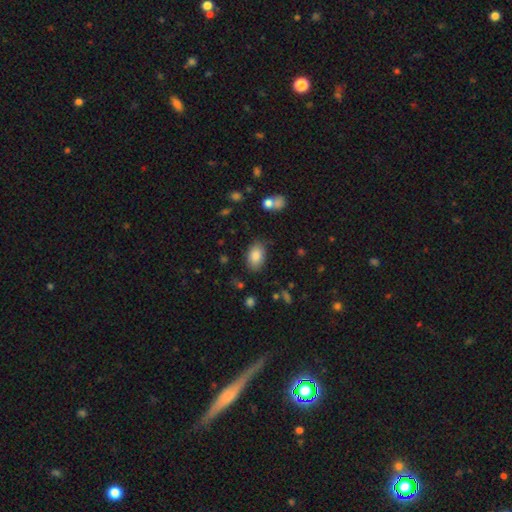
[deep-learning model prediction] Q: Smooth or featured?
A: smooth (86%); runner-up: star or artifact (7%)
Q: How rounded?
A: in between (91%); runner-up: round (8%)
Q: Merging?
A: none (81%); runner-up: minor disturbance (13%)